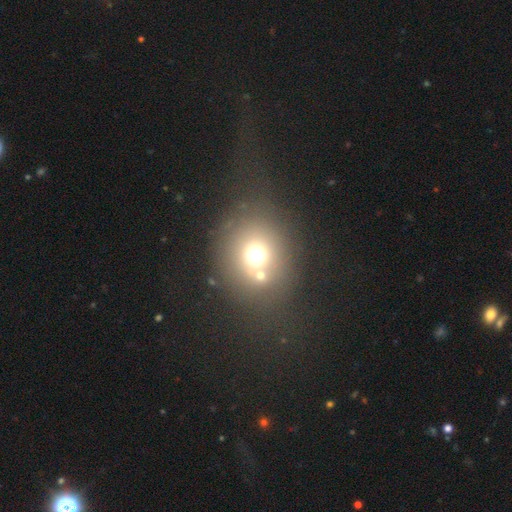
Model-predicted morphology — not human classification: Smooth or featured? Predicted: smooth (p=0.63). How rounded? Predicted: round (p=0.81). Merging? Predicted: none (p=0.69).